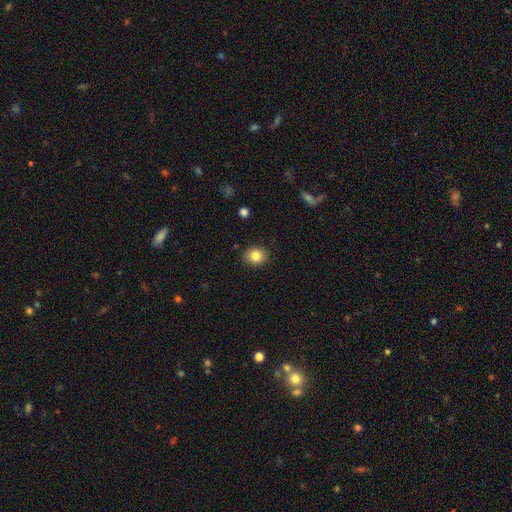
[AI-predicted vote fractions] This appears to be a smooth galaxy with no disk features (83%) that is round (55%). Merging: none (89%).